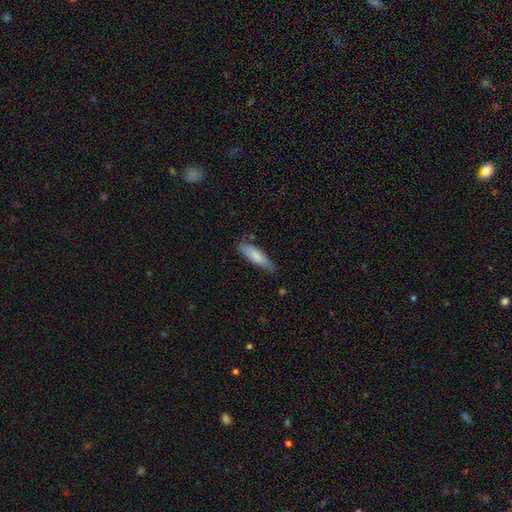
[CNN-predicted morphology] This appears to be a smooth galaxy with no disk features (78%) that is cigar-shaped (57%). Merging: none (70%).